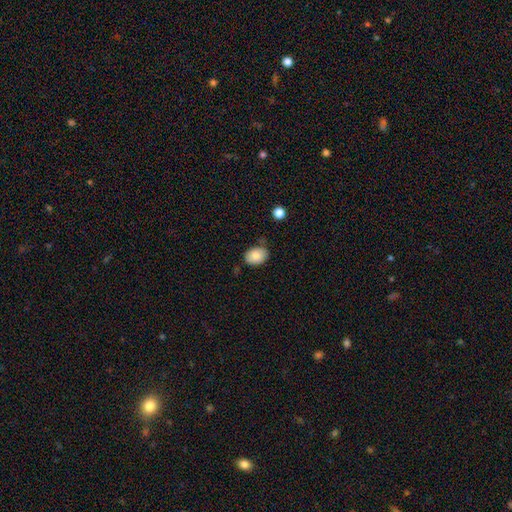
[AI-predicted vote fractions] Overall: smooth (85%). How rounded: in between (76%). Merging: none (68%).